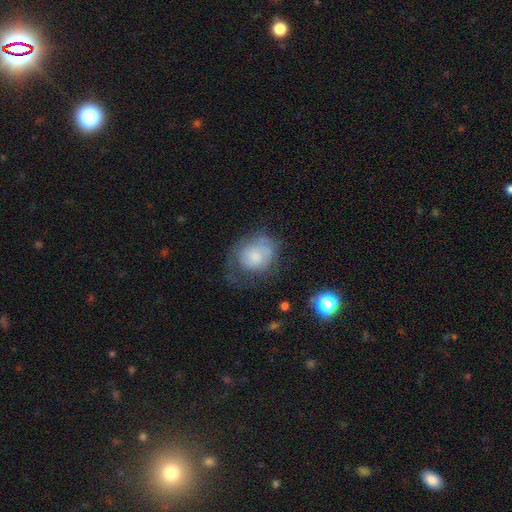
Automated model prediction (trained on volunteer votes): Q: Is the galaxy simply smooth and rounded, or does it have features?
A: smooth — 49%.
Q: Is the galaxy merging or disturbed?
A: none — 40%.